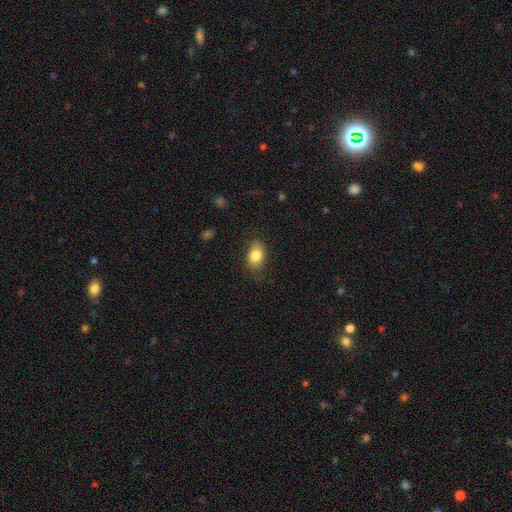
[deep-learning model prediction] Smooth or featured?
  - smooth: 83% *
  - featured or disk: 9%
  - star or artifact: 8%
How rounded?
  - in between: 81% *
  - round: 17%
  - cigar-shaped: 2%
Merging?
  - none: 78% *
  - minor disturbance: 17%
  - major disturbance: 4%
  - merger: 1%